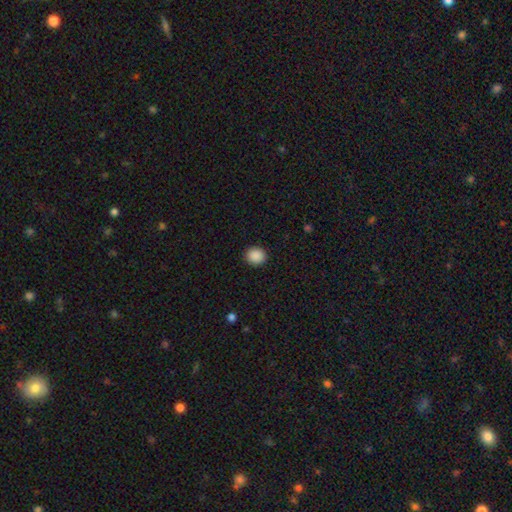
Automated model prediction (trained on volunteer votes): smooth-or-featured: smooth: 89% | star or artifact: 9% | featured or disk: 2%
  how-rounded: round: 79% | in between: 20% | cigar-shaped: 1%
  merging: none: 91% | minor disturbance: 6% | major disturbance: 2% | merger: 1%